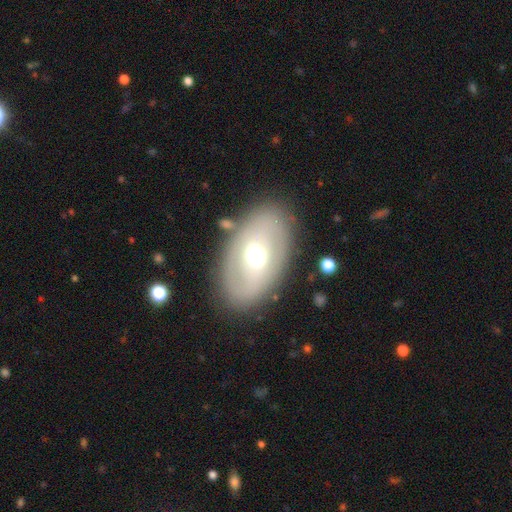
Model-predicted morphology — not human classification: A smooth galaxy with no disk features (46%, tied with featured or disk).

Vote fractions:
- Smooth or featured? smooth: 46% (tied) / featured or disk: 46% (tied) / star or artifact: 8%
- Merging? none: 81% / minor disturbance: 11% / major disturbance: 5% / merger: 3%